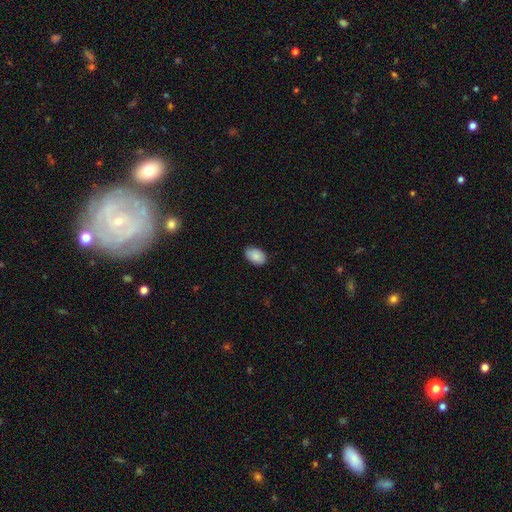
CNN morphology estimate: A smooth galaxy with no disk features (86%) that is in between round and cigar-shaped (88%).

Vote fractions:
- Smooth or featured? smooth: 86% / star or artifact: 7% / featured or disk: 7%
- How rounded? in between: 88% / round: 11% / cigar-shaped: 1%
- Merging? none: 78% / minor disturbance: 18% / major disturbance: 3% / merger: 1%